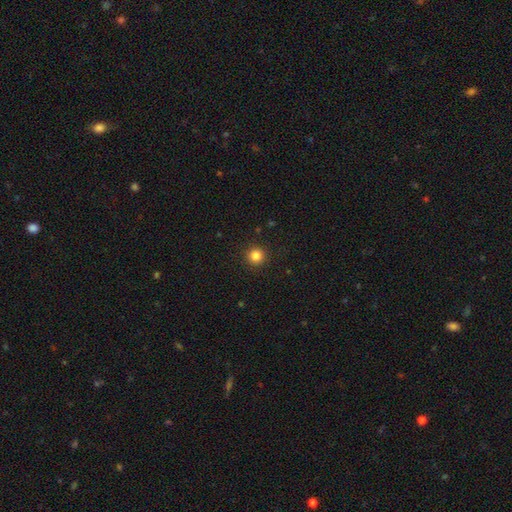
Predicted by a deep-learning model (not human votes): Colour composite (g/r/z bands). It shows a smooth galaxy with no disk features (84%) that is round (96%). Merging: none (93%).